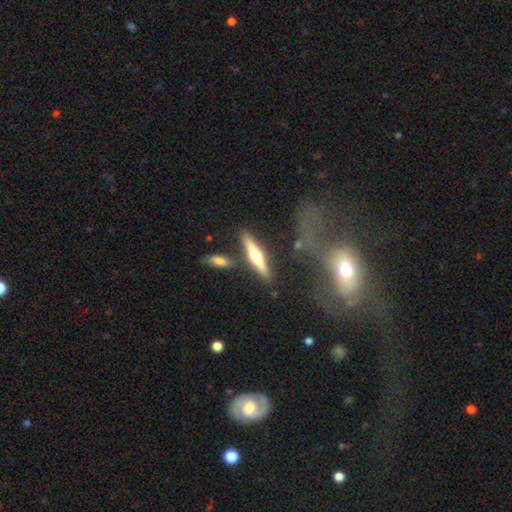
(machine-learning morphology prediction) A featured or disk galaxy (60%) viewed edge-on (94%) with a rounded central bulge (93%).

Vote fractions:
- Smooth or featured? featured or disk: 60% / smooth: 34% / star or artifact: 6%
- Edge-on disk? yes: 94% / no: 6%
- Edge-on bulge? rounded: 93% / none: 3% / boxy: 3%
- Merging? none: 80% / minor disturbance: 10% / merger: 7% / major disturbance: 3%